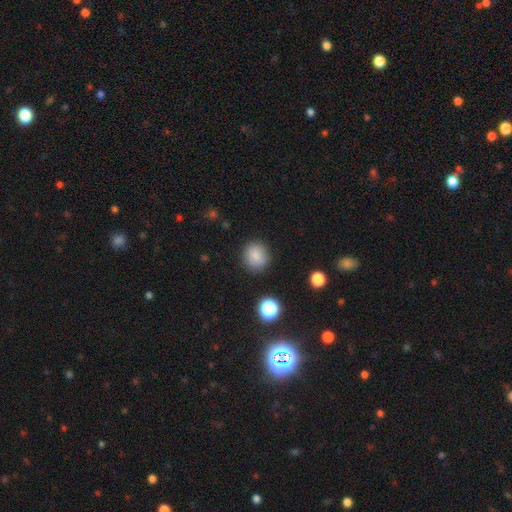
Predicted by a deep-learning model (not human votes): A smooth galaxy with no disk features (83%) that is round (85%). Merging: none (87%).